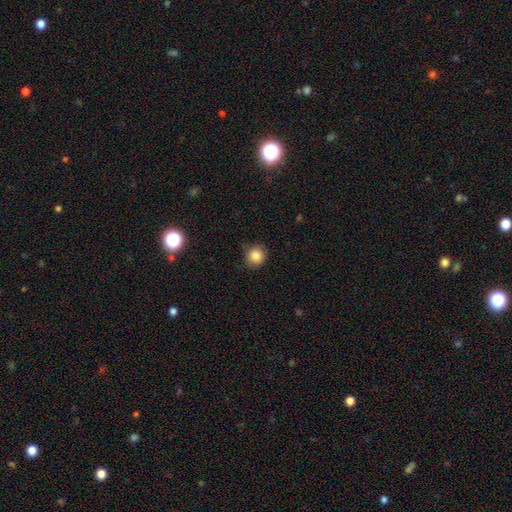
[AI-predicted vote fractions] A smooth galaxy with no disk features (85%) that is round (87%). Merging: none (81%).